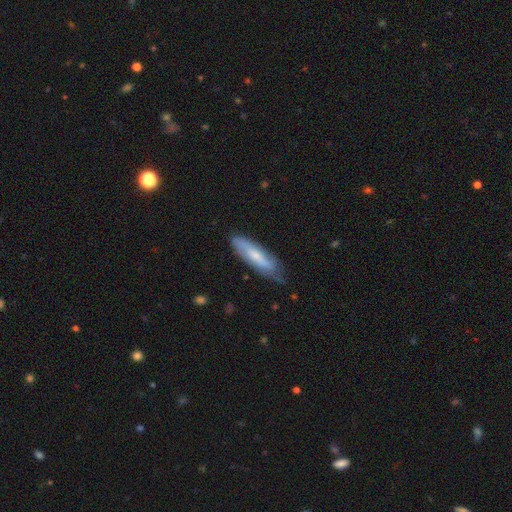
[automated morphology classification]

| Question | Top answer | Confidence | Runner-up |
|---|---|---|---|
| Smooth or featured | featured or disk | 50% | smooth (44%) |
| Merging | none | 68% | minor disturbance (24%) |